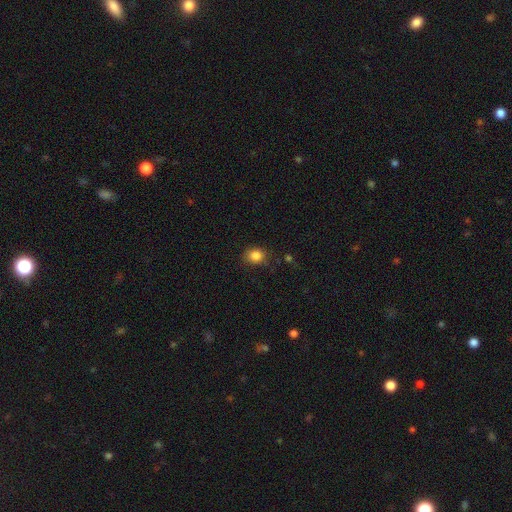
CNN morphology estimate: Smooth or featured?
  - smooth: 85% *
  - star or artifact: 11%
  - featured or disk: 4%
How rounded?
  - round: 53% *
  - in between: 46%
  - cigar-shaped: 1%
Merging?
  - none: 79% *
  - minor disturbance: 15%
  - major disturbance: 4%
  - merger: 2%